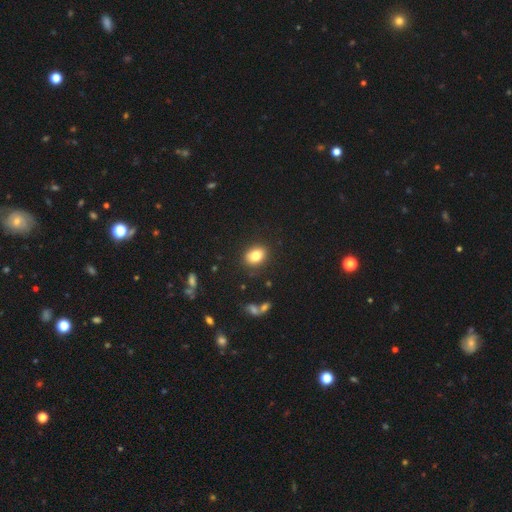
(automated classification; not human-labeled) This appears to be a smooth galaxy with no disk features (81%) that is in between round and cigar-shaped (67%). Merging: none (86%).